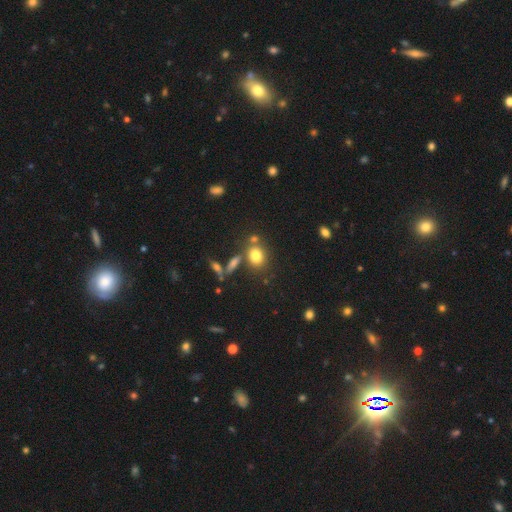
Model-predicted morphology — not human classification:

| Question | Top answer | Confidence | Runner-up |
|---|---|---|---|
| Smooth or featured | smooth | 78% | star or artifact (12%) |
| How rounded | in between | 51% | round (47%) |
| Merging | none | 64% | merger (18%) |